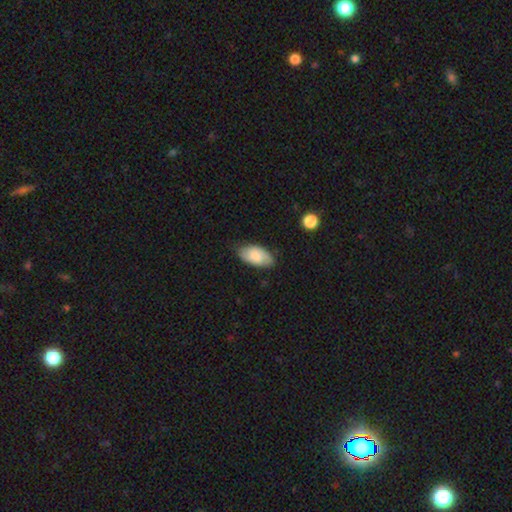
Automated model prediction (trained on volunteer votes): A smooth galaxy with no disk features (74%) that is in between round and cigar-shaped (95%).

Vote fractions:
- Smooth or featured? smooth: 74% / featured or disk: 19% / star or artifact: 7%
- How rounded? in between: 95% / round: 3% / cigar-shaped: 3%
- Merging? none: 76% / minor disturbance: 19% / major disturbance: 4% / merger: 1%